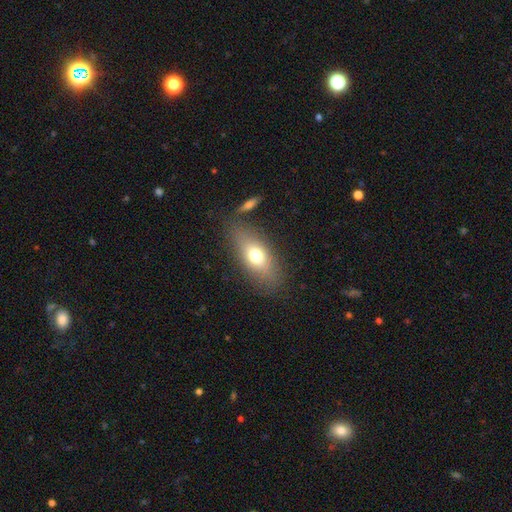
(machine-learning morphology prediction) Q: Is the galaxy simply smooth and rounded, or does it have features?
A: smooth — 69%.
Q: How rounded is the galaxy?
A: in between — 79%.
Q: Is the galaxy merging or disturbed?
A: none — 74%.